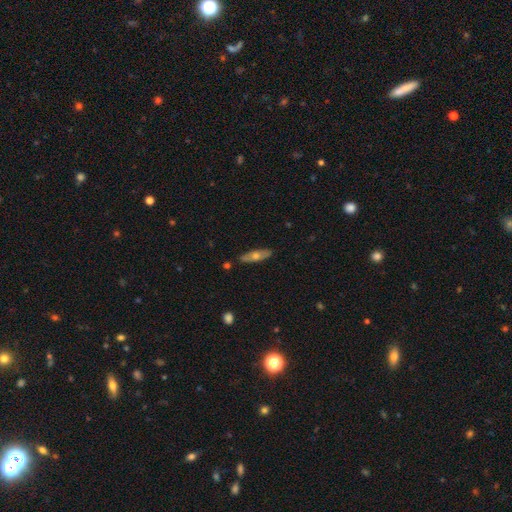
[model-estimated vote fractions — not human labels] A featured or disk galaxy (47%). Merging: none (86%).